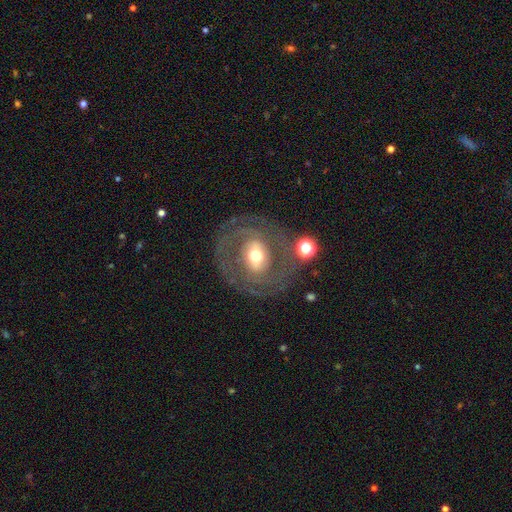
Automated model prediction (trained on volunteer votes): Smooth or featured: featured or disk — 75% (smooth — 17%)
Edge-on disk: no — 96% (yes — 4%)
Bar: weak — 39% (no — 34%)
Spiral arms: yes — 77% (no — 23%)
Spiral winding: tight — 49% (medium — 37%)
Spiral arm count: 2 — 57% (can't tell — 23%)
Bulge size: moderate — 64% (small — 17%)
Merging: none — 73% (minor disturbance — 13%)